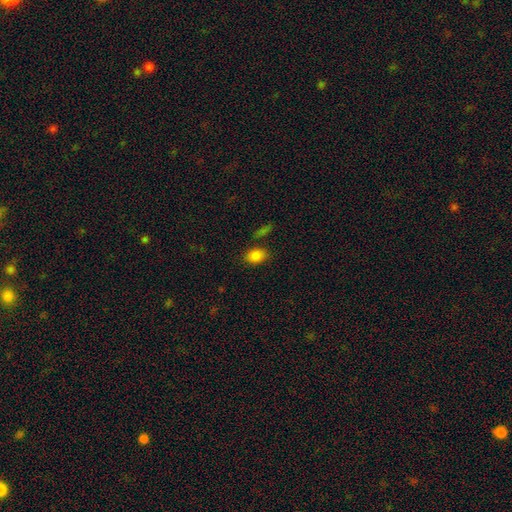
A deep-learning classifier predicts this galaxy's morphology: This appears to be a smooth galaxy with no disk features (84%) that is in between round and cigar-shaped (76%). Merging: none (76%).